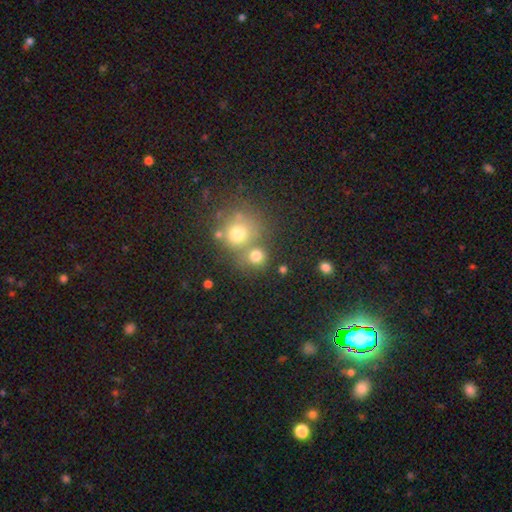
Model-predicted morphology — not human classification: The model was most divided on "merging": none: 55%, merger: 33%, minor disturbance: 8%, major disturbance: 4%. More confident: how rounded — round (85%); smooth or featured — smooth (75%).